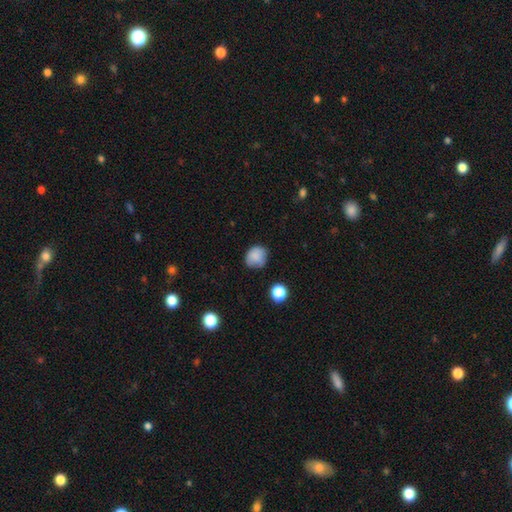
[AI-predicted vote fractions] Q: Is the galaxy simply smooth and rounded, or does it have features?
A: smooth — 83%.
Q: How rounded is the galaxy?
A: round — 72%.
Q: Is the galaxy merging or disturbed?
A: none — 68%.